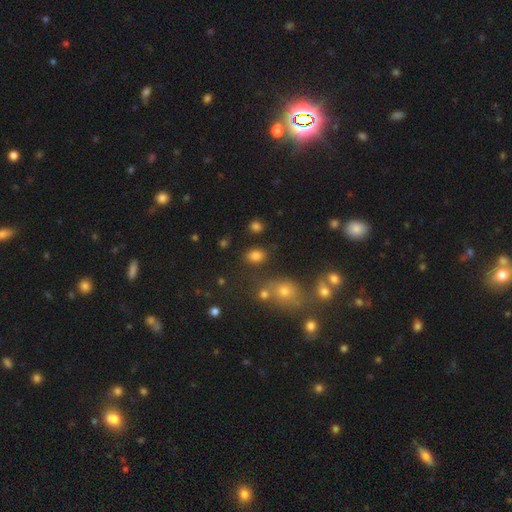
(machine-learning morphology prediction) type=smooth (81%); roundness=in between (67%); merging=none (79%).